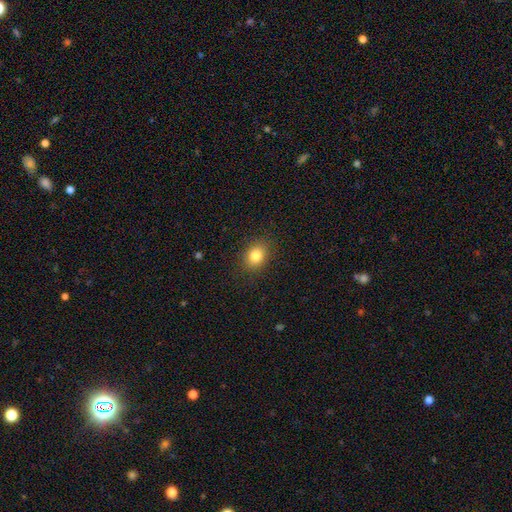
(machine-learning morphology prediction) The model was most divided on "how rounded": round: 52%, in between: 47%, cigar-shaped: 1%. More confident: merging — none (88%); smooth or featured — smooth (83%).